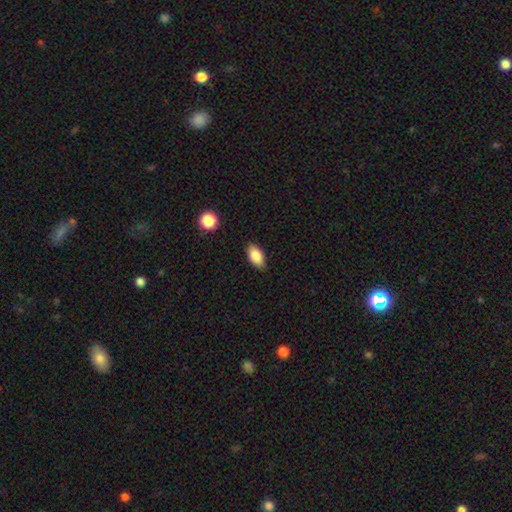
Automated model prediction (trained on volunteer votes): This is clearly a smooth galaxy (85%). How rounded: clearly in between (91%). Merging: clearly none (85%).